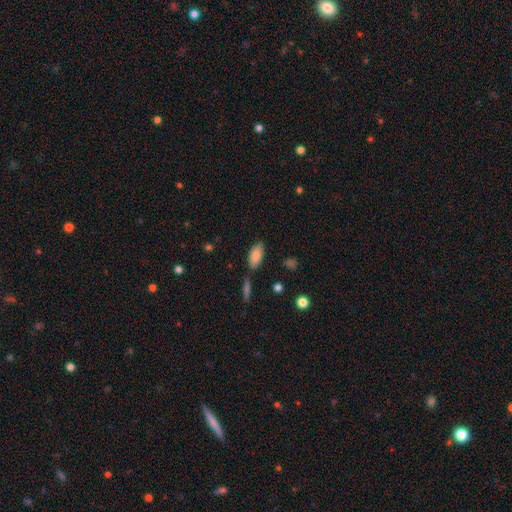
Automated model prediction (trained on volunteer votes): Morphology: type=smooth (83%); roundness=in between (89%); merging=none (73%).